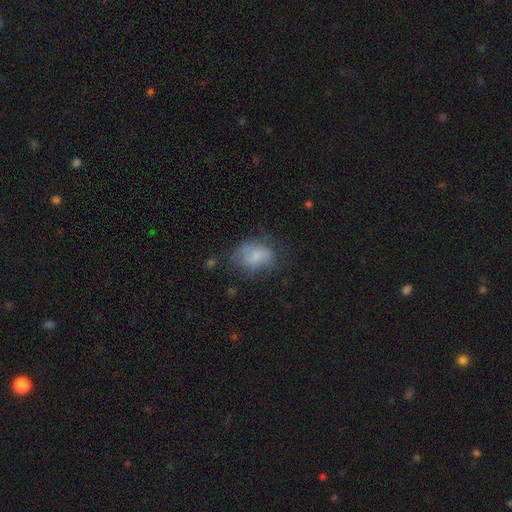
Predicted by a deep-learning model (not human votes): Smooth or featured? Predicted: smooth (p=0.69). How rounded? Predicted: in between (p=0.66). Merging? Predicted: none (p=0.47).